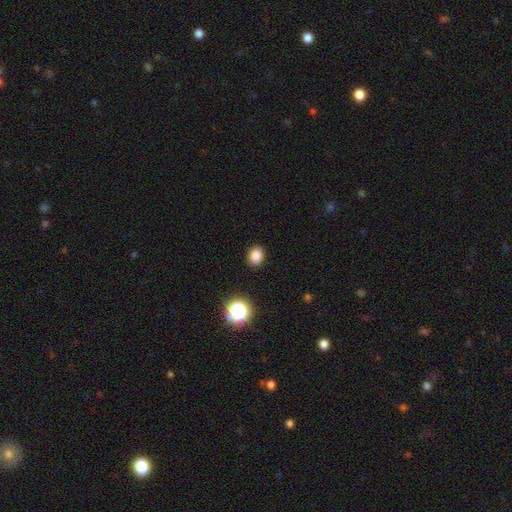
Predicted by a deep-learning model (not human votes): Smooth or featured? Predicted: smooth (p=0.83). How rounded? Predicted: round (p=0.61). Merging? Predicted: none (p=0.90).